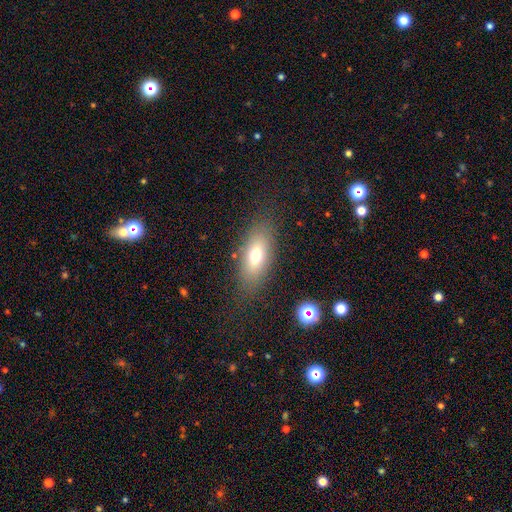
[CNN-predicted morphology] This appears to be a smooth galaxy with no disk features (70%) that is in between round and cigar-shaped (83%). Merging: none (80%).